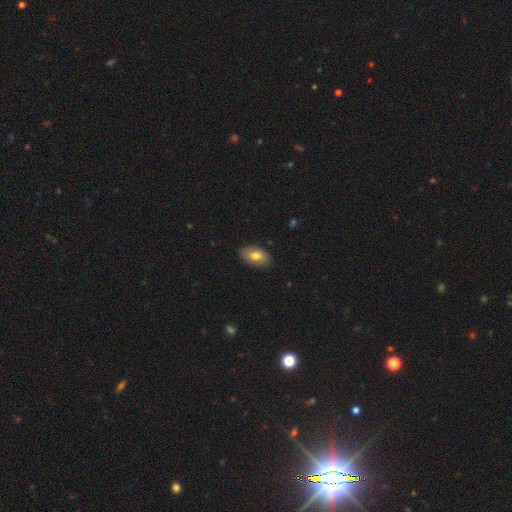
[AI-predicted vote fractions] Smooth or featured?
  - smooth: 77% *
  - featured or disk: 16%
  - star or artifact: 7%
How rounded?
  - in between: 92% *
  - round: 6%
  - cigar-shaped: 2%
Merging?
  - none: 85% *
  - minor disturbance: 12%
  - major disturbance: 2%
  - merger: 1%